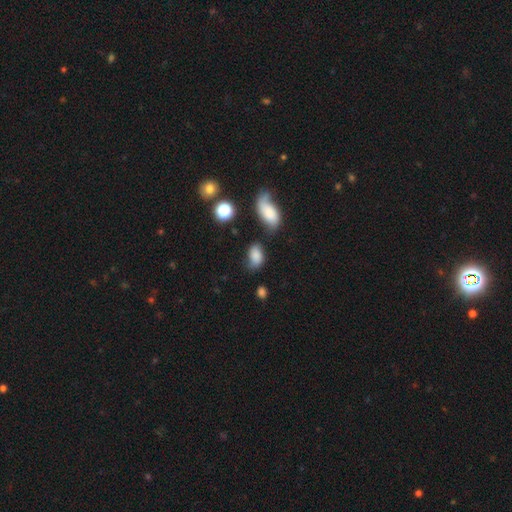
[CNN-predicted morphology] A smooth galaxy with no disk features (79%) that is in between round and cigar-shaped (87%). Merging: none (53%).